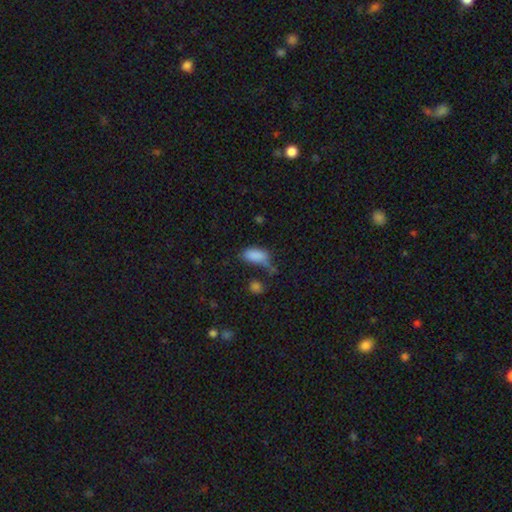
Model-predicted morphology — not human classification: This appears to be a smooth galaxy with no disk features (82%) that is in between round and cigar-shaped (90%). Merging: none (38%).